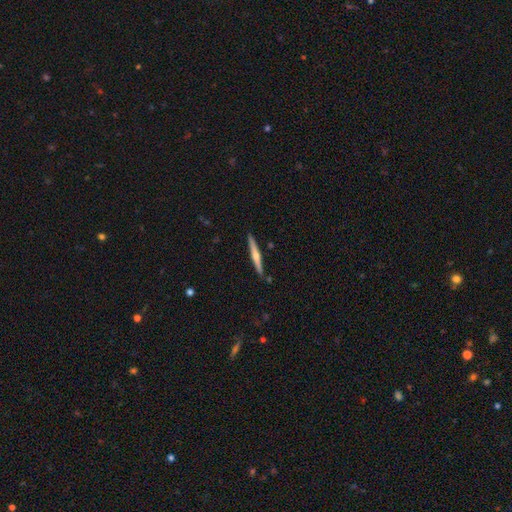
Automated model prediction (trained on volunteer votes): smooth_or_featured: featured or disk (p=0.65) [alt: smooth p=0.30]
disk_edge_on: yes (p=0.98) [alt: no p=0.02]
edge_on_bulge: rounded (p=0.86) [alt: none p=0.10]
merging: none (p=0.89) [alt: minor disturbance p=0.07]